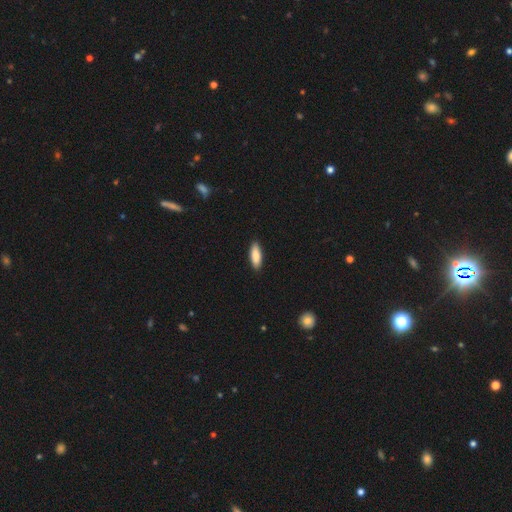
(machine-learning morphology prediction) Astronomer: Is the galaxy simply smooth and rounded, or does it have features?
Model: smooth — 87%.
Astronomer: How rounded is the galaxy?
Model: in between — 62%.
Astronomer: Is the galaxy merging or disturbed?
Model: none — 90%.